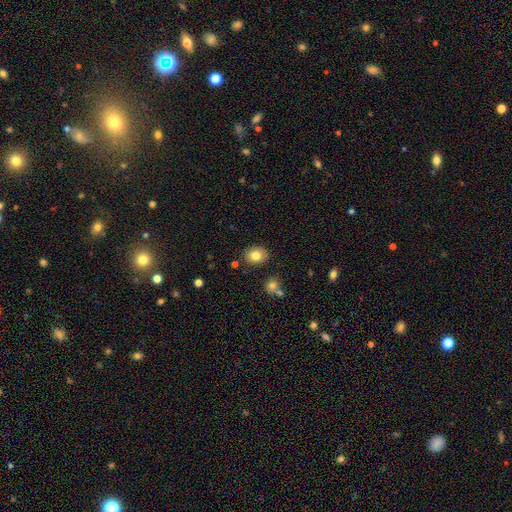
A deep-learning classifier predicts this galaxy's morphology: A smooth galaxy with no disk features (80%) that is round (51%). Merging: none (85%).